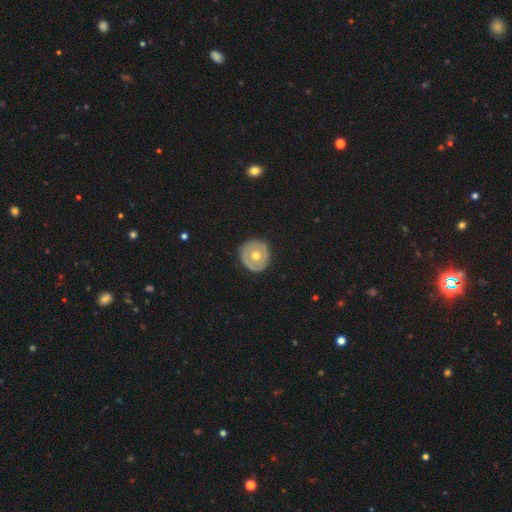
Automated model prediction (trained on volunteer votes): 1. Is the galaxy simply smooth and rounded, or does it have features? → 48% featured or disk, 46% smooth, 6% star or artifact.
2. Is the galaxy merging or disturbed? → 86% none, 10% minor disturbance, 3% major disturbance, 1% merger.